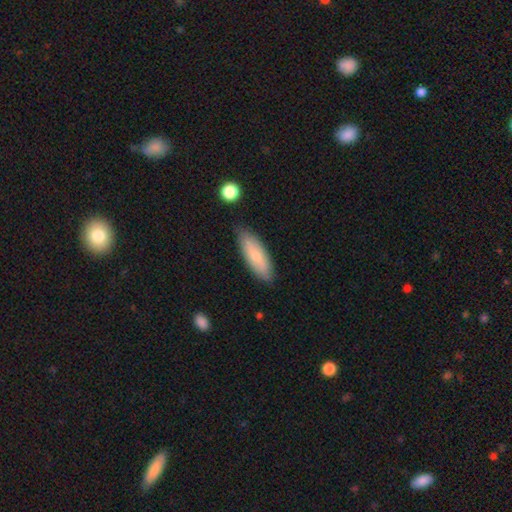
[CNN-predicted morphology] Q: Smooth or featured?
A: smooth (72%); runner-up: featured or disk (21%)
Q: How rounded?
A: in between (59%); runner-up: cigar-shaped (39%)
Q: Merging?
A: none (82%); runner-up: minor disturbance (14%)